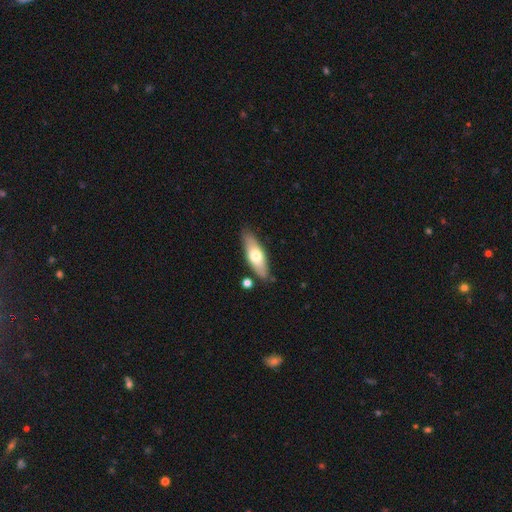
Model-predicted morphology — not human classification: type=smooth (61%); roundness=in between (57%); merging=none (81%).